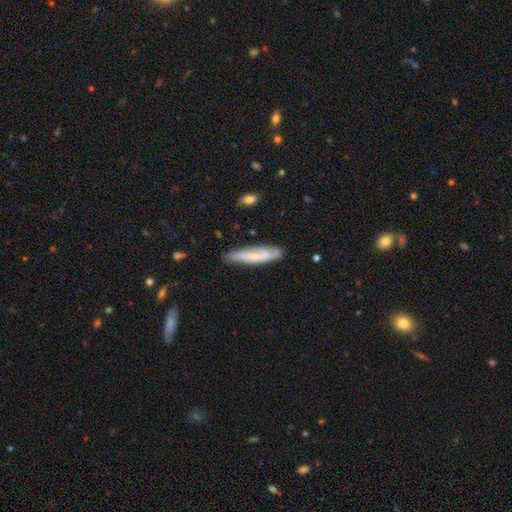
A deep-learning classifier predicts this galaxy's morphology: A smooth galaxy with no disk features (59%) that is cigar-shaped (84%).

Vote fractions:
- Smooth or featured? smooth: 59% / featured or disk: 34% / star or artifact: 7%
- How rounded? cigar-shaped: 84% / in between: 15% / round: 2%
- Merging? none: 74% / minor disturbance: 20% / major disturbance: 4% / merger: 3%